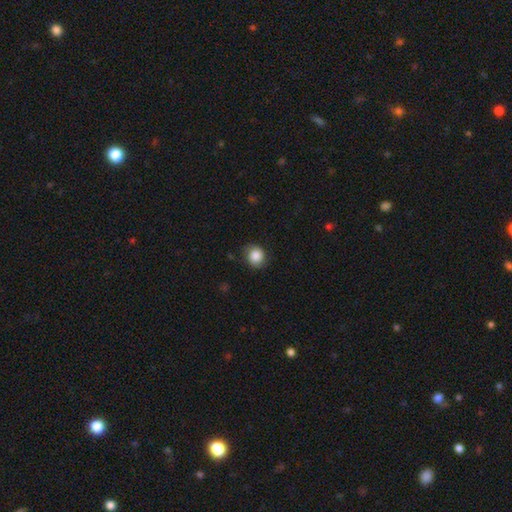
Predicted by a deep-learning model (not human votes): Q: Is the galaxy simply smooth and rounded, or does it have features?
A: smooth — 85%.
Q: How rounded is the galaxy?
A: round — 79%.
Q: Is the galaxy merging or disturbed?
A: none — 80%.